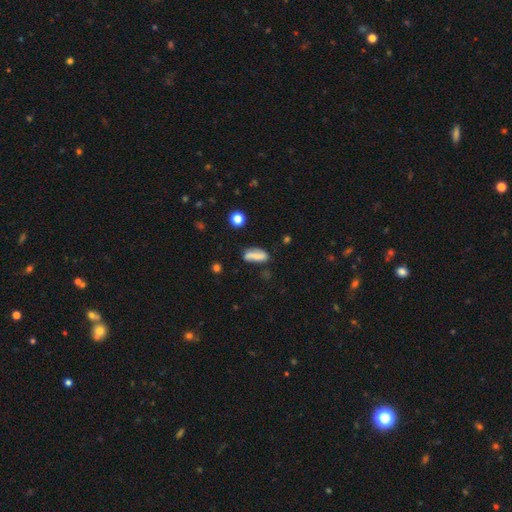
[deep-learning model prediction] smooth 71%, featured or disk 19%, star or artifact 10%. Down the decision tree: how rounded — in between (64%); merging — none (61%).